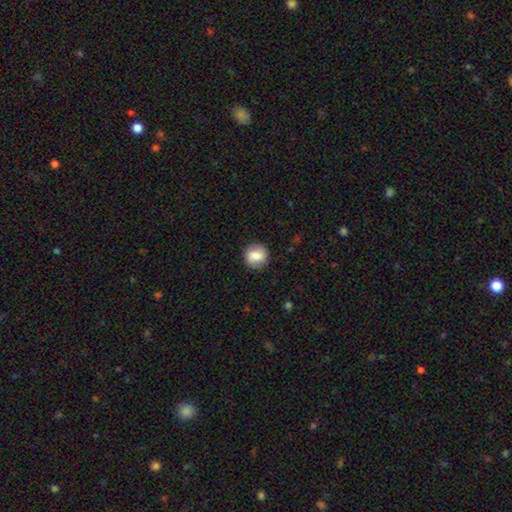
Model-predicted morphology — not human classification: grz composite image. It shows a smooth galaxy with no disk features (77%) that is round (90%). Merging: none (88%).